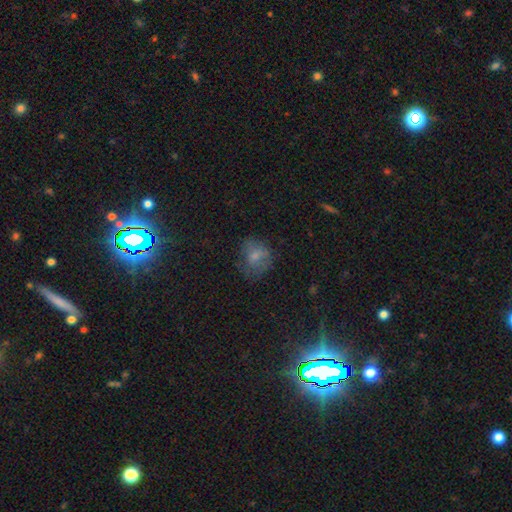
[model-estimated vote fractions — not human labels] Smooth or featured? smooth (65%)
How rounded? round (63%)
Merging? none (55%)